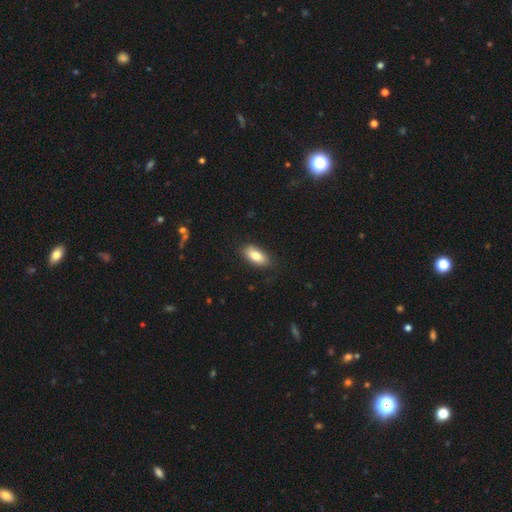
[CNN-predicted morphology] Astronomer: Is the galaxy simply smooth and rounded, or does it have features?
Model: smooth — 82%.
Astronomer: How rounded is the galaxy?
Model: in between — 87%.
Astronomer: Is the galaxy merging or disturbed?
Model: none — 85%.